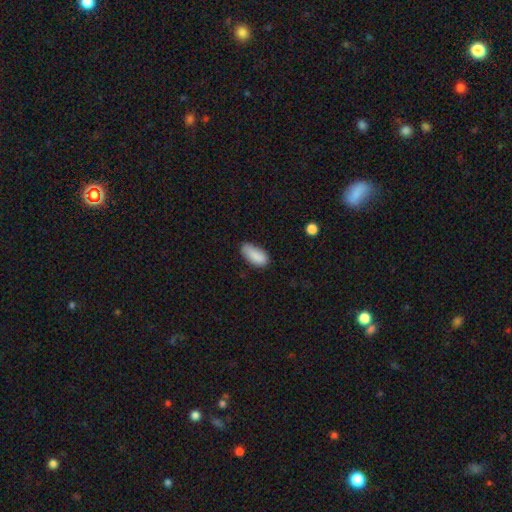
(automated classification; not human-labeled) Smooth or featured? smooth (87%)
How rounded? in between (87%)
Merging? none (67%)